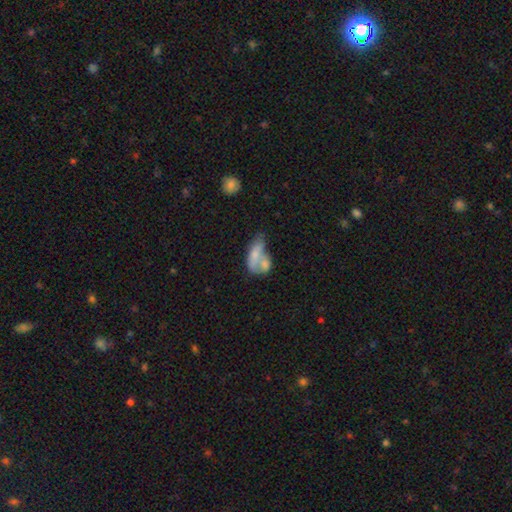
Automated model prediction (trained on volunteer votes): Smooth or featured: smooth — 62% (featured or disk — 30%)
How rounded: in between — 84% (round — 9%)
Merging: merger — 60% (none — 16%)